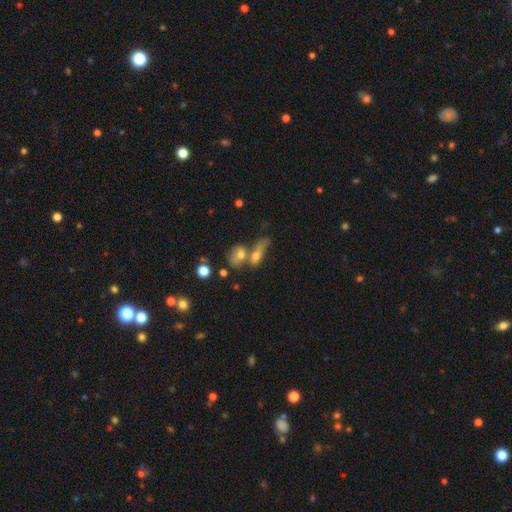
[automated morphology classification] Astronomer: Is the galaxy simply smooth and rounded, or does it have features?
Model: smooth — 57%.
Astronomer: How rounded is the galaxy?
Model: in between — 48% (runner-up: cigar-shaped, 36%).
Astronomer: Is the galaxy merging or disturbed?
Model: merger — 52% (runner-up: none, 30%).